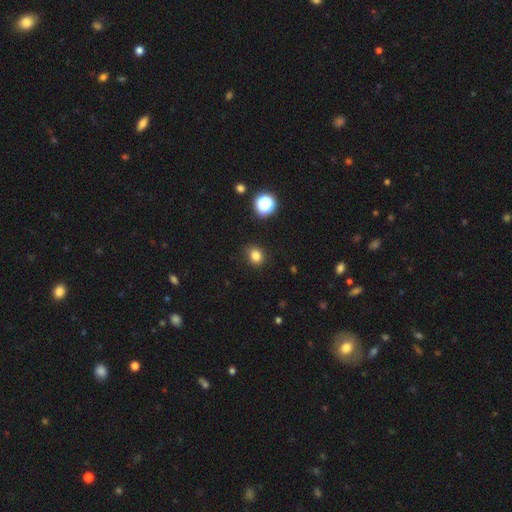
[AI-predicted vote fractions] The model was most divided on "how rounded": round: 63%, in between: 36%, cigar-shaped: 1%. More confident: merging — none (84%); smooth or featured — smooth (82%).